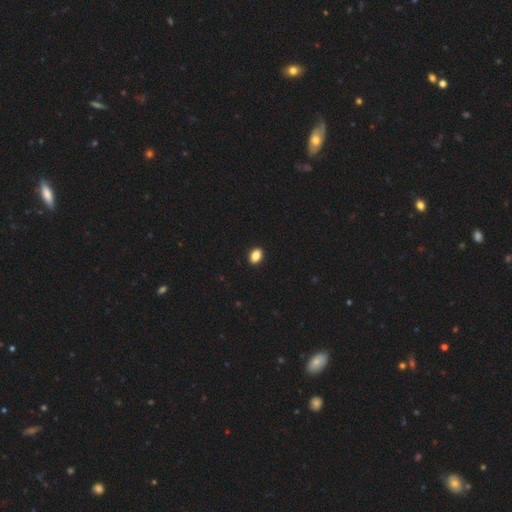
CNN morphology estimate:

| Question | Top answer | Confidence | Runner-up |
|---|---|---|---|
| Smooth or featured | smooth | 87% | star or artifact (9%) |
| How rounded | in between | 76% | round (23%) |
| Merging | none | 92% | minor disturbance (6%) |